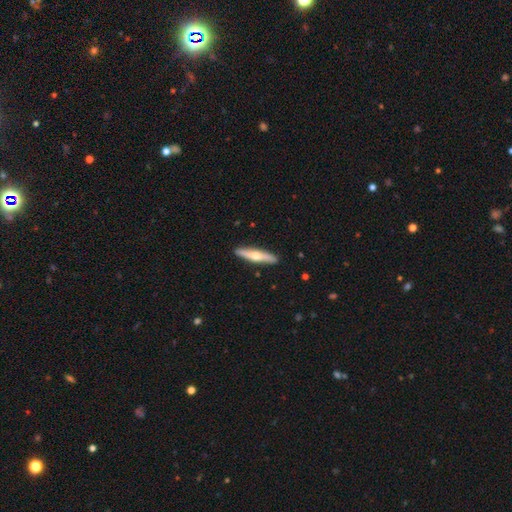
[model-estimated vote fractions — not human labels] This is possibly a featured or disk galaxy (54%). It is clearly viewed edge-on (94%). Edge-on bulge: clearly rounded (91%). Merging: clearly none (90%).